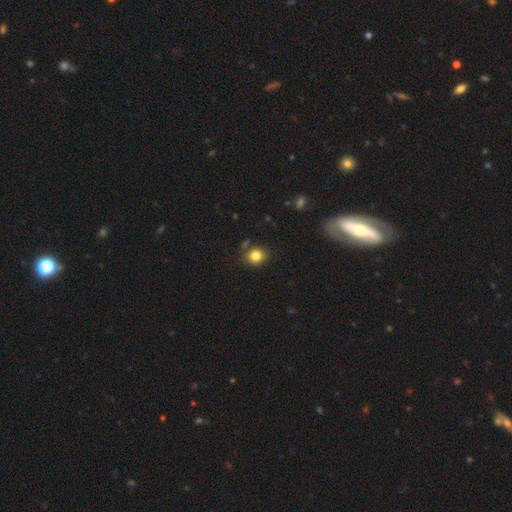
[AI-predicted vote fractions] Morphology: type=smooth (83%); roundness=round (76%); merging=none (81%).